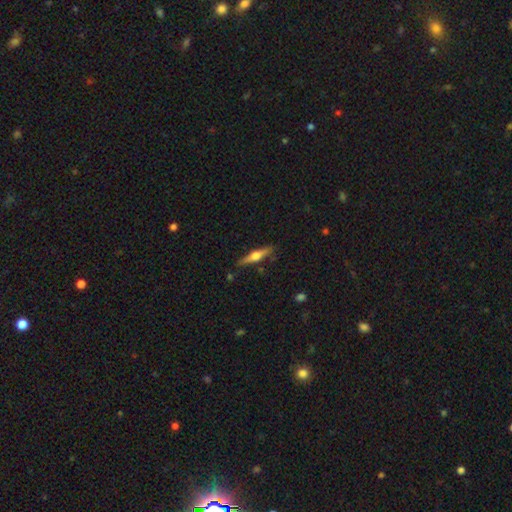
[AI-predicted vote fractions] Morphology: type=featured or disk (63%); edge-on=yes (96%); edge-on bulge=rounded (93%); merging=none (84%).